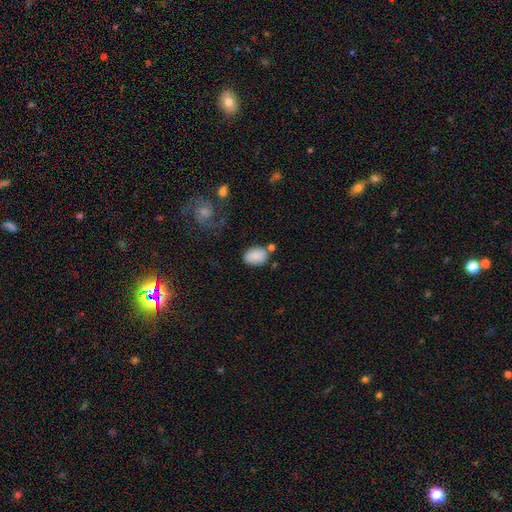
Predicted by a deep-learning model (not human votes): Morphology: type=smooth (85%); roundness=in between (82%); merging=none (65%).